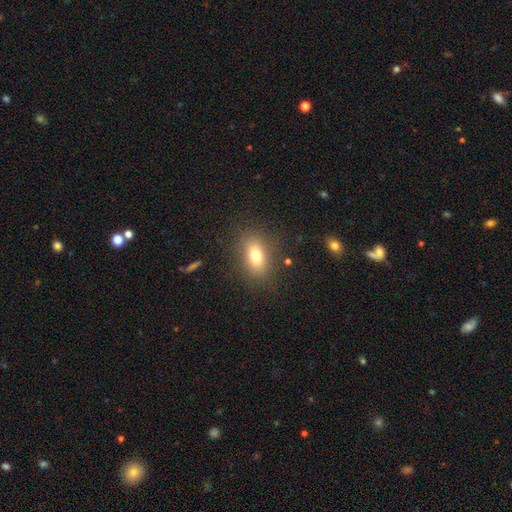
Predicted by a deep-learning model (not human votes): Smooth or featured? Predicted: smooth (p=0.74). How rounded? Predicted: in between (p=0.78). Merging? Predicted: none (p=0.83).